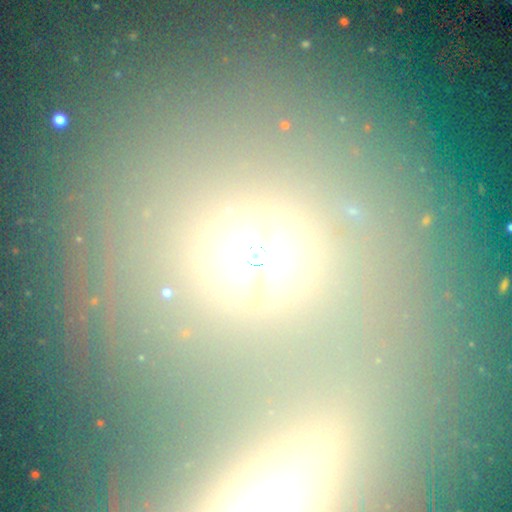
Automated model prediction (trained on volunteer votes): This is possibly a smooth galaxy (52%). How rounded: likely round (67%). Merging: likely none (79%).